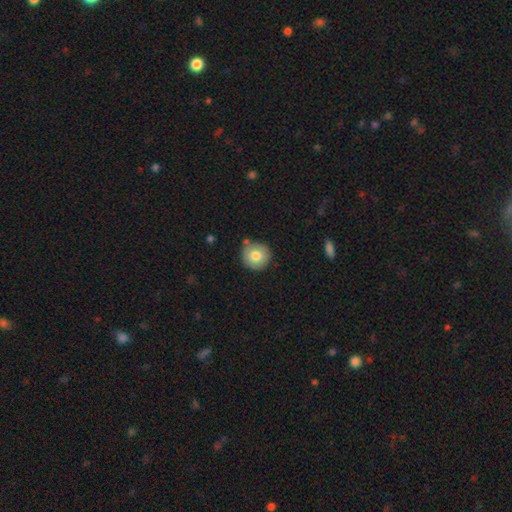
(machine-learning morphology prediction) smooth 76%, featured or disk 16%, star or artifact 8%. Down the decision tree: how rounded — round (93%); merging — none (81%).